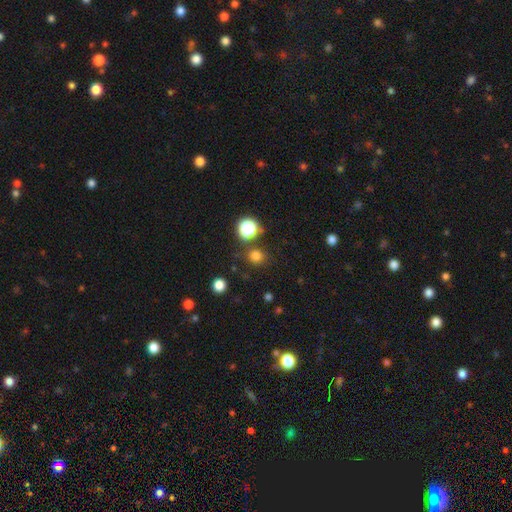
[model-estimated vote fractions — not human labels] A smooth galaxy with no disk features (77%) that is round (88%). Merging: none (83%).